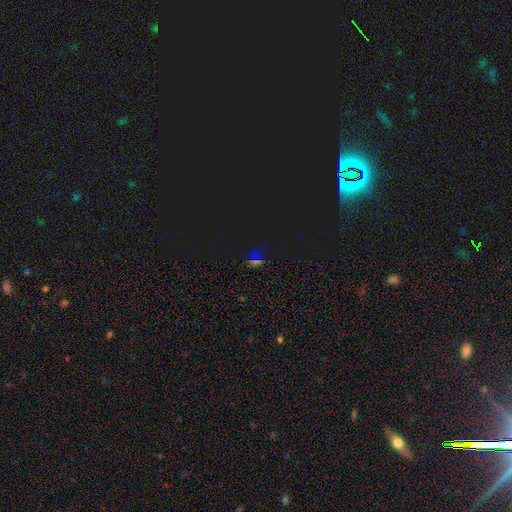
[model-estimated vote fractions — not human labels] Q: Smooth or featured?
A: star or artifact (72%); runner-up: smooth (21%)